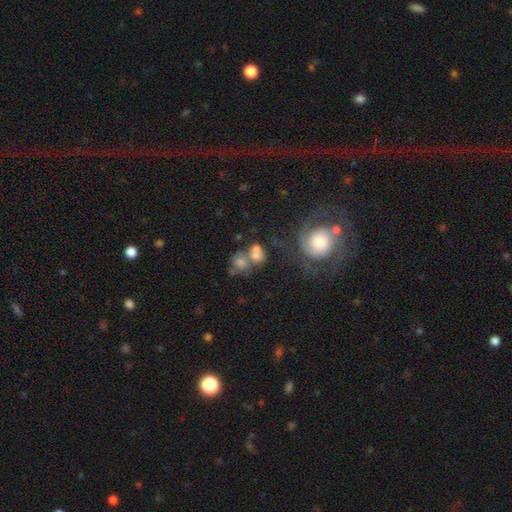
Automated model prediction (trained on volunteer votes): smooth_or_featured: smooth (p=0.52) [alt: featured or disk p=0.36]
how_rounded: round (p=0.68) [alt: in between p=0.31]
merging: merger (p=0.42) [alt: none p=0.34]